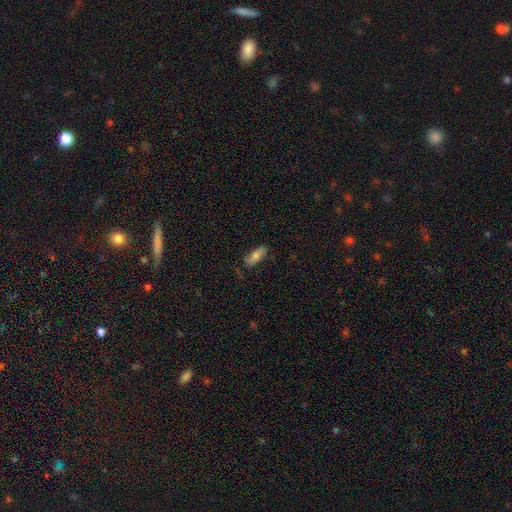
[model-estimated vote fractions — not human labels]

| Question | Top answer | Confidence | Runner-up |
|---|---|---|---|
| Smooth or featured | smooth | 74% | featured or disk (19%) |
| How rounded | in between | 77% | cigar-shaped (21%) |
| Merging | none | 77% | minor disturbance (18%) |